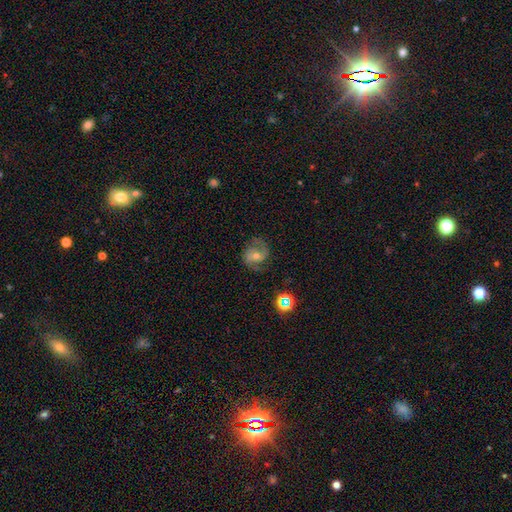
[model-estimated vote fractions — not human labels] Smooth or featured: featured or disk — 74% (smooth — 16%)
Edge-on disk: no — 98% (yes — 2%)
Bar: no — 51% (weak — 37%)
Spiral arms: yes — 92% (no — 8%)
Spiral winding: medium — 55% (tight — 24%)
Spiral arm count: 2 — 87% (can't tell — 6%)
Bulge size: moderate — 55% (small — 39%)
Merging: none — 73% (minor disturbance — 16%)